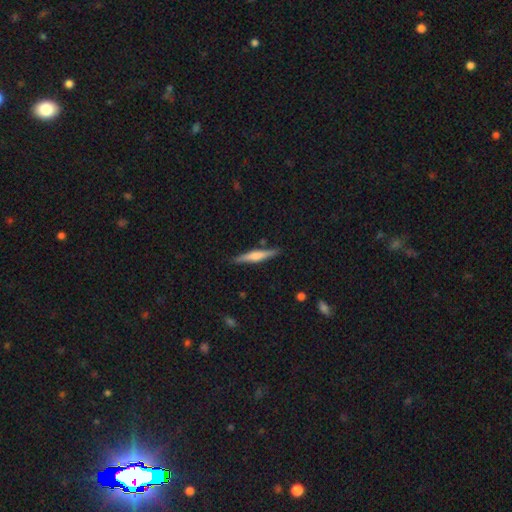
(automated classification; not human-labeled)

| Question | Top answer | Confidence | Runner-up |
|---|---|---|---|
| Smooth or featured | featured or disk | 57% | smooth (38%) |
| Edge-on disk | yes | 97% | no (3%) |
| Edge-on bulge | rounded | 69% | boxy (18%) |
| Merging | none | 87% | minor disturbance (9%) |